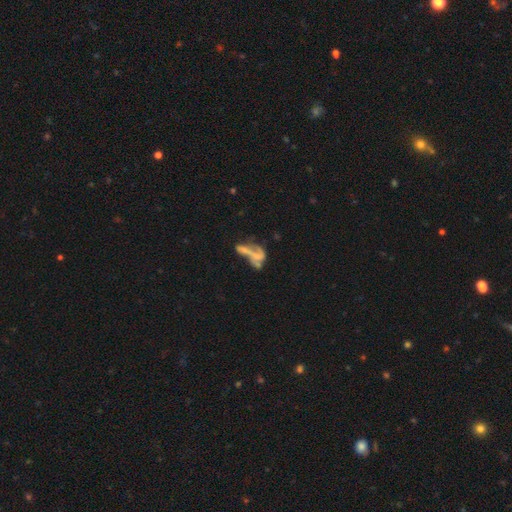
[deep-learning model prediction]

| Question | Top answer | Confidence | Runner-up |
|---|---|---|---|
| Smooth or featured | featured or disk | 54% | smooth (32%) |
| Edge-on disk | no | 89% | yes (11%) |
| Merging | merger | 51% | major disturbance (23%) |